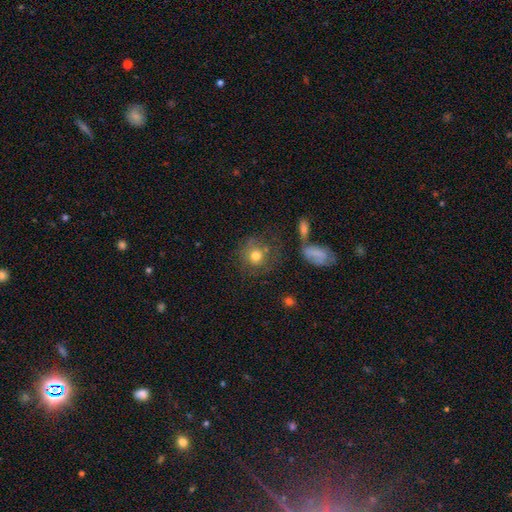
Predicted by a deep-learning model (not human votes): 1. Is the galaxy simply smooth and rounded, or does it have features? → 68% smooth, 20% featured or disk, 12% star or artifact.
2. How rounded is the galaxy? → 87% round, 12% in between, 1% cigar-shaped.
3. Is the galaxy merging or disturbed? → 63% none, 17% minor disturbance, 13% major disturbance, 8% merger.